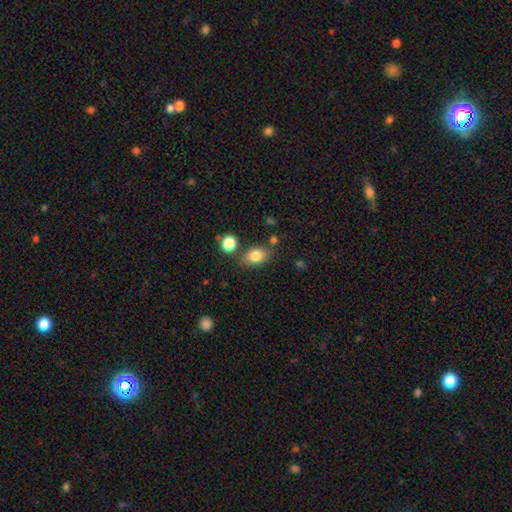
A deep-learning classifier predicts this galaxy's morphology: Q: Smooth or featured?
A: smooth (82%); runner-up: star or artifact (10%)
Q: How rounded?
A: in between (70%); runner-up: round (28%)
Q: Merging?
A: none (75%); runner-up: minor disturbance (13%)